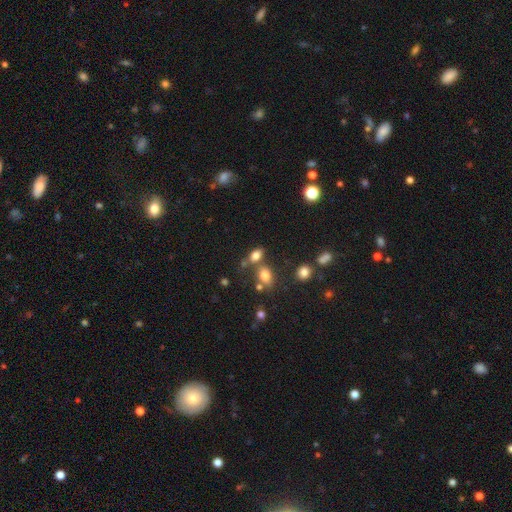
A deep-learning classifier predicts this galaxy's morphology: This appears to be a smooth galaxy with no disk features (77%) that is in between round and cigar-shaped (84%). Merging: none (53%).